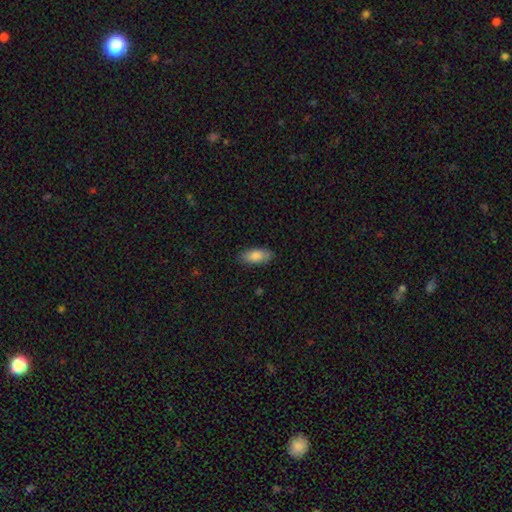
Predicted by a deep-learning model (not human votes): smooth 85%, featured or disk 9%, star or artifact 6%. Down the decision tree: how rounded — in between (87%); merging — none (85%).